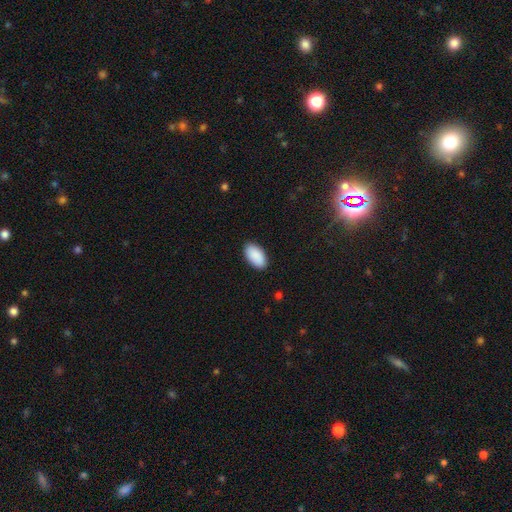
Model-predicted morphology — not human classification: smooth_or_featured: smooth (p=0.91) [alt: star or artifact p=0.06]
how_rounded: in between (p=0.96) [alt: round p=0.03]
merging: none (p=0.89) [alt: minor disturbance p=0.08]